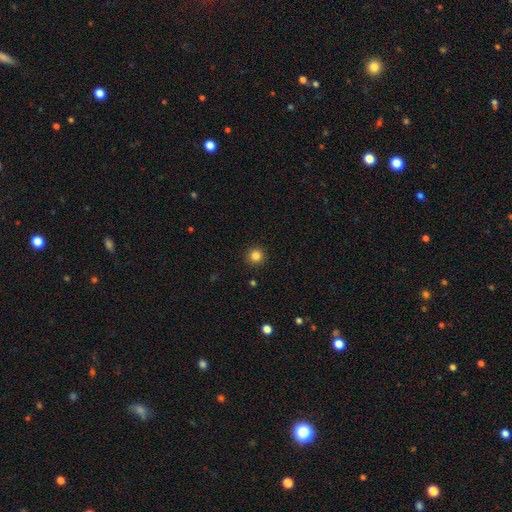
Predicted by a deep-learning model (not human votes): Q: Smooth or featured?
A: smooth (84%); runner-up: star or artifact (12%)
Q: How rounded?
A: round (95%); runner-up: in between (4%)
Q: Merging?
A: none (92%); runner-up: minor disturbance (5%)